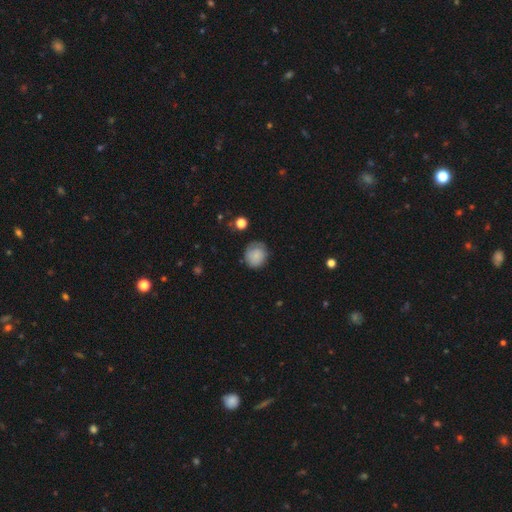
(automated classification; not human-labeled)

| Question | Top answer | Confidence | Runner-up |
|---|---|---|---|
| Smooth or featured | smooth | 78% | featured or disk (14%) |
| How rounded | round | 80% | in between (19%) |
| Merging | none | 70% | minor disturbance (22%) |